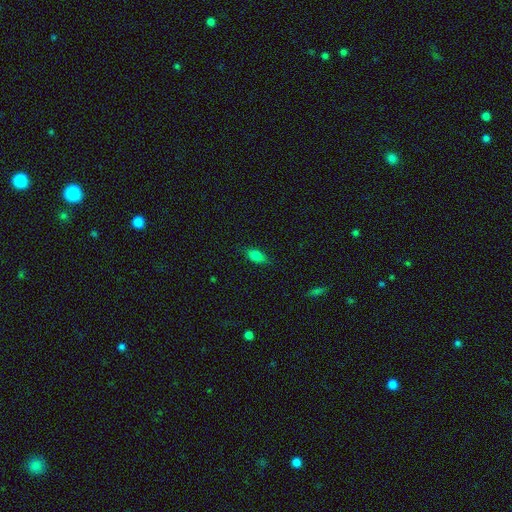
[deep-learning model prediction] Smooth or featured?
  - smooth: 77% *
  - featured or disk: 13%
  - star or artifact: 10%
How rounded?
  - in between: 81% *
  - cigar-shaped: 14%
  - round: 5%
Merging?
  - none: 81% *
  - minor disturbance: 14%
  - major disturbance: 3%
  - merger: 1%